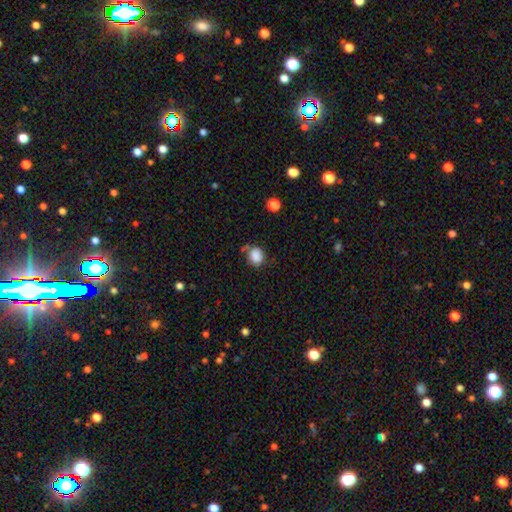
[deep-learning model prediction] Smooth or featured? smooth (86%)
How rounded? round (68%)
Merging? none (67%)